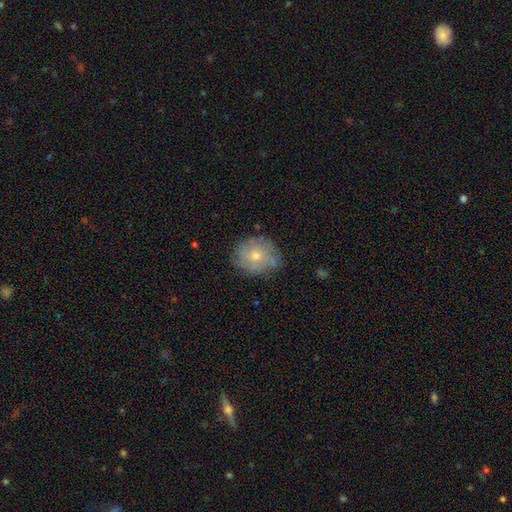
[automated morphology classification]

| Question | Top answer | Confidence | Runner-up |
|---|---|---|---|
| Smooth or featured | featured or disk | 48% | smooth (42%) |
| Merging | none | 77% | minor disturbance (17%) |